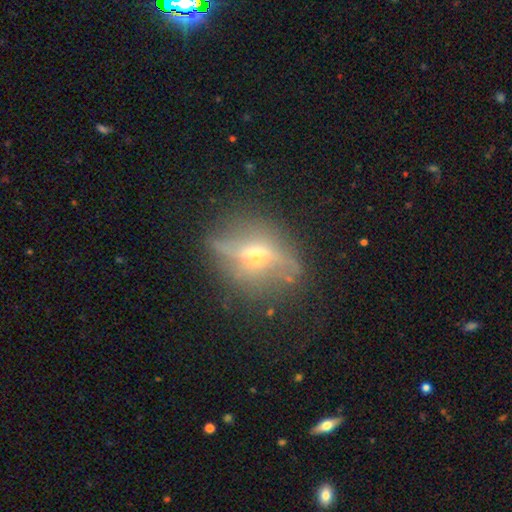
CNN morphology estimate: A featured or disk galaxy (71%) viewed edge-on (58%).

Vote fractions:
- Smooth or featured? featured or disk: 71% / smooth: 18% / star or artifact: 11%
- Edge-on disk? yes: 58% / no: 42%
- Merging? none: 71% / minor disturbance: 18% / major disturbance: 8% / merger: 2%